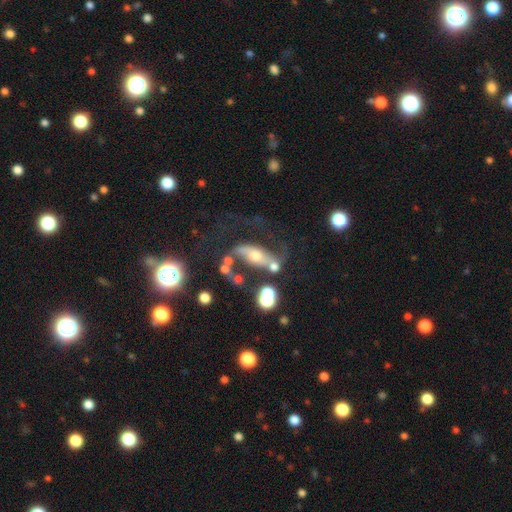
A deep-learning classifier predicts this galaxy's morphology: Overall: featured or disk (66%). Edge-on disk: no (85%). Bar: no (47%; strong 30%). Spiral arms: yes (75%). Bulge size: moderate (58%; small 30%). Merging: none (39%; major disturbance 29%).